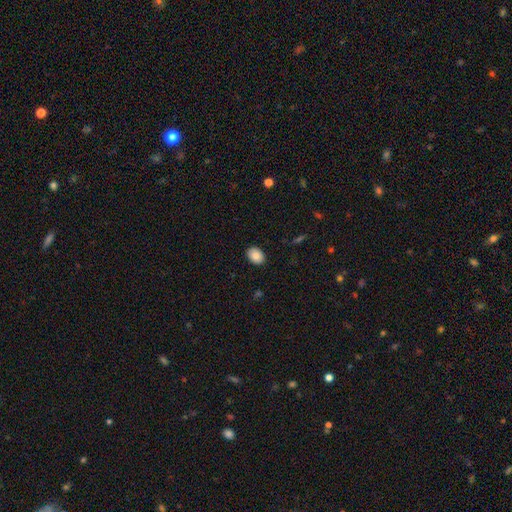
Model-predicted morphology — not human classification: type=smooth (85%); roundness=in between (75%); merging=none (89%).